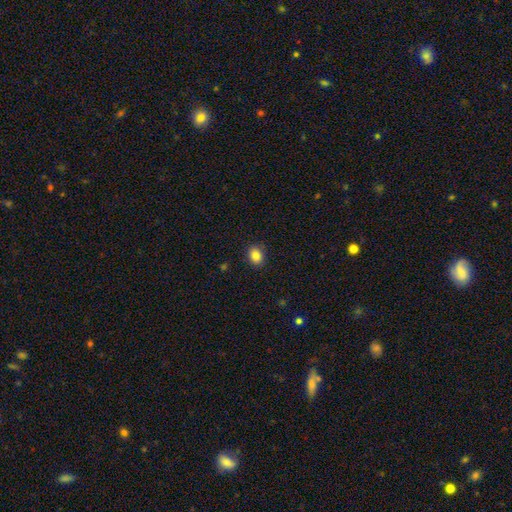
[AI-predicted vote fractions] Smooth or featured? smooth (85%)
How rounded? round (51%)
Merging? none (88%)